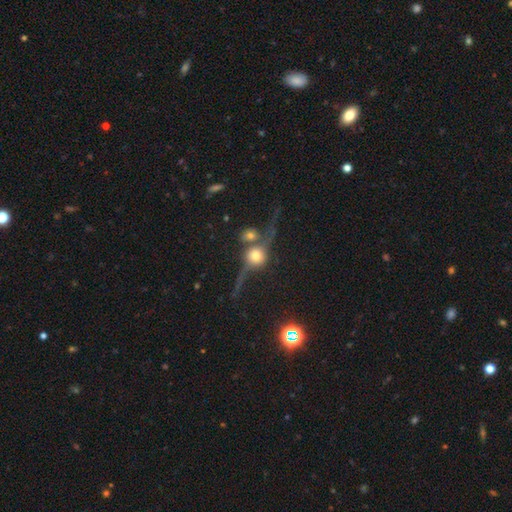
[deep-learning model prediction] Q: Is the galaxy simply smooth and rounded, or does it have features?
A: featured or disk — 63%.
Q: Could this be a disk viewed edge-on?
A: yes — 63%.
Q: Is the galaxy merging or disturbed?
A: none — 46%.